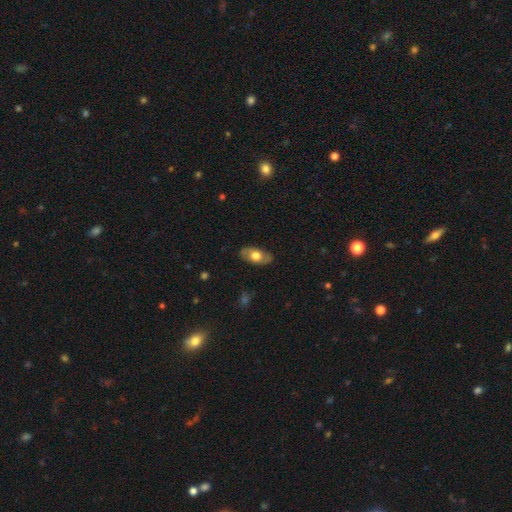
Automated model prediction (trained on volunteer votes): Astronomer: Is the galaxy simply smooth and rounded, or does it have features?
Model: smooth — 58% (runner-up: featured or disk, 36%).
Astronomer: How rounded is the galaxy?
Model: in between — 90%.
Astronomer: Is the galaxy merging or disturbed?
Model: none — 83%.